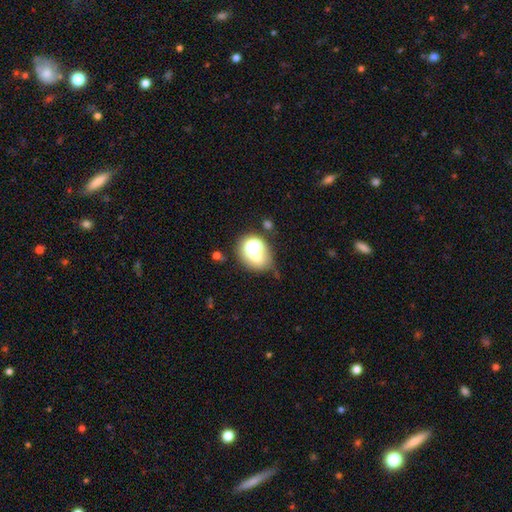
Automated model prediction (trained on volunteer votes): Smooth or featured: smooth — 58% (star or artifact — 23%)
How rounded: round — 53% (in between — 45%)
Merging: none — 45% (minor disturbance — 21%)